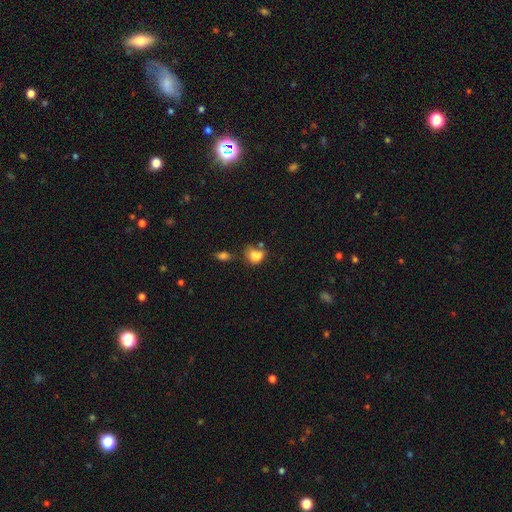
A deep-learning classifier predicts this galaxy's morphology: Smooth or featured? Predicted: smooth (p=0.75). How rounded? Predicted: in between (p=0.59). Merging? Predicted: merger (p=0.39).